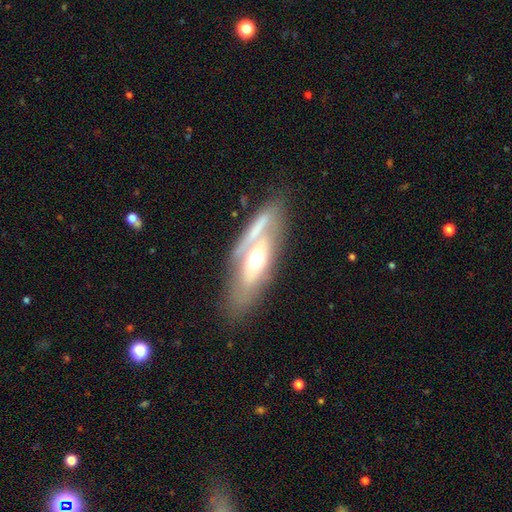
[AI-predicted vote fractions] This is likely a featured or disk galaxy (68%). It is likely not viewed edge-on (62%). Merging: possibly none (58%).